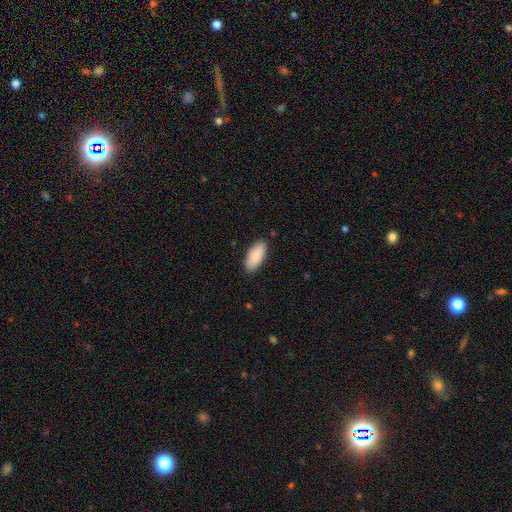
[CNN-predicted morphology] This appears to be a smooth galaxy with no disk features (87%) that is in between round and cigar-shaped (89%). Merging: none (86%).